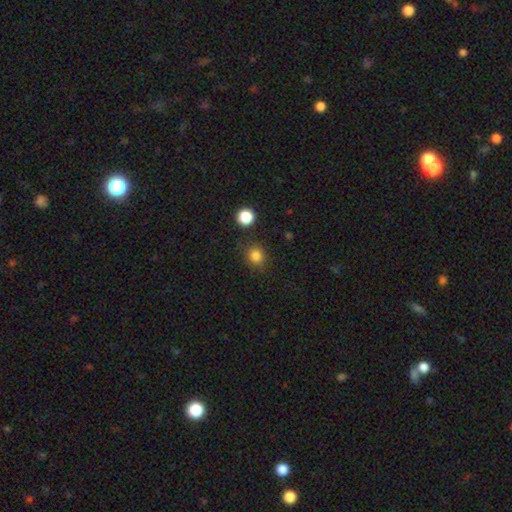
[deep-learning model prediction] A smooth galaxy with no disk features (83%) that is round (82%).

Vote fractions:
- Smooth or featured? smooth: 83% / star or artifact: 13% / featured or disk: 4%
- How rounded? round: 82% / in between: 18% / cigar-shaped: 1%
- Merging? none: 83% / minor disturbance: 11% / major disturbance: 4% / merger: 3%